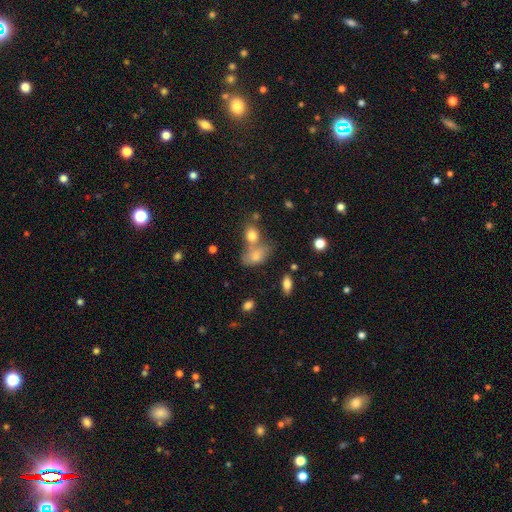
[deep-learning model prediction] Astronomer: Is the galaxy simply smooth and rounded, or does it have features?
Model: smooth — 75%.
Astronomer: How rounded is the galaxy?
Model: in between — 83%.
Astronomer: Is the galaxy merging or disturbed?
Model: merger — 38% (runner-up: none, 37%).